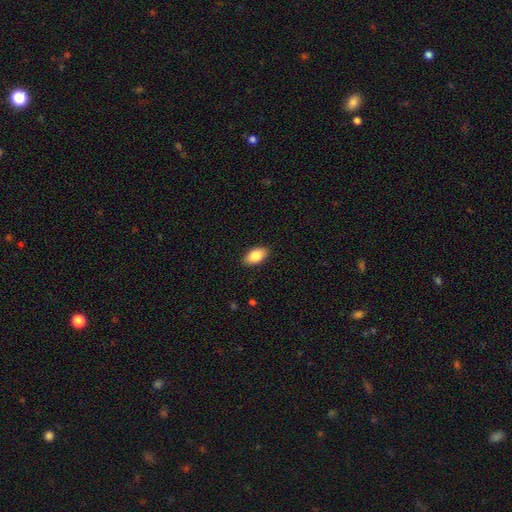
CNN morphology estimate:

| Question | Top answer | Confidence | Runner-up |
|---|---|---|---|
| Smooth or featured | smooth | 84% | featured or disk (10%) |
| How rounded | in between | 93% | round (4%) |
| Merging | none | 89% | minor disturbance (8%) |